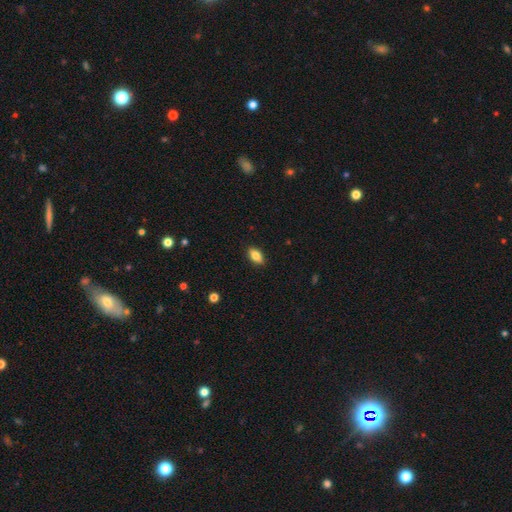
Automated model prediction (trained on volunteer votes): The model was most divided on "smooth or featured": smooth: 80%, featured or disk: 12%, star or artifact: 8%. More confident: how rounded — in between (89%); merging — none (88%).